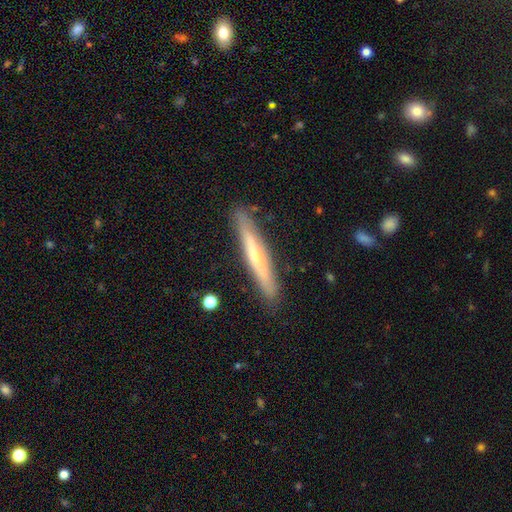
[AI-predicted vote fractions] This is possibly a featured or disk galaxy (56%). It is clearly viewed edge-on (92%). Edge-on bulge: likely rounded (64%). Merging: clearly none (88%).